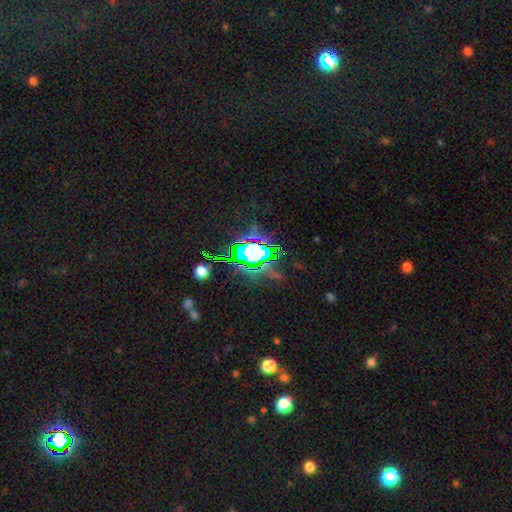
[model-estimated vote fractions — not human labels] Smooth or featured: star or artifact — 64% (smooth — 18%)